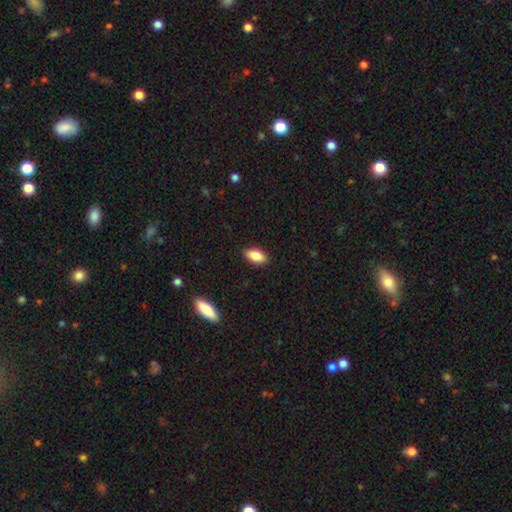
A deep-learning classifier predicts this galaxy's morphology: Q: Smooth or featured?
A: smooth (87%); runner-up: star or artifact (7%)
Q: How rounded?
A: in between (92%); runner-up: cigar-shaped (5%)
Q: Merging?
A: none (89%); runner-up: minor disturbance (8%)